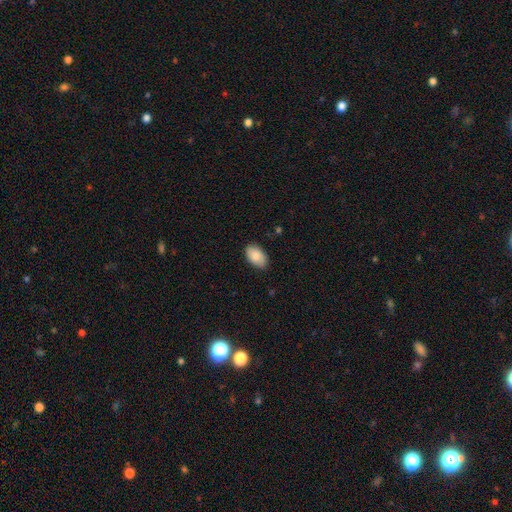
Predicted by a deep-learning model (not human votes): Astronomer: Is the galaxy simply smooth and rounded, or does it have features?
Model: smooth — 84%.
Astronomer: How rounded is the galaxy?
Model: in between — 93%.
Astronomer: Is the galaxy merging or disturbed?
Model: none — 83%.